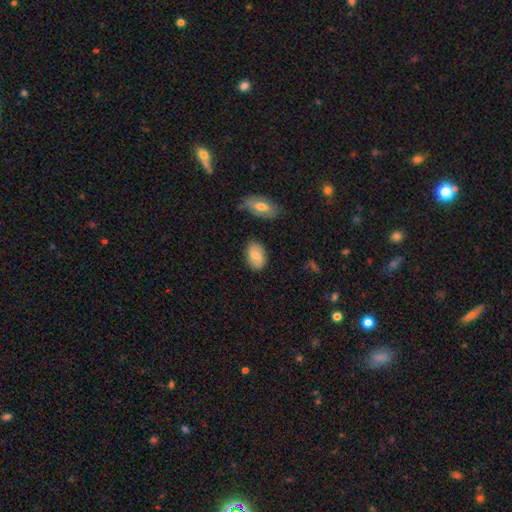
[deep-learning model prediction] The model was most divided on "smooth or featured": smooth: 71%, featured or disk: 21%, star or artifact: 7%. More confident: how rounded — in between (89%); merging — none (77%).